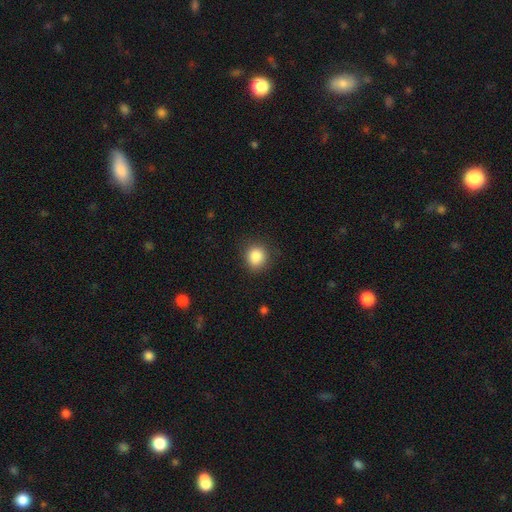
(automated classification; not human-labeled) Smooth or featured? Predicted: smooth (p=0.86). How rounded? Predicted: round (p=0.82). Merging? Predicted: none (p=0.83).